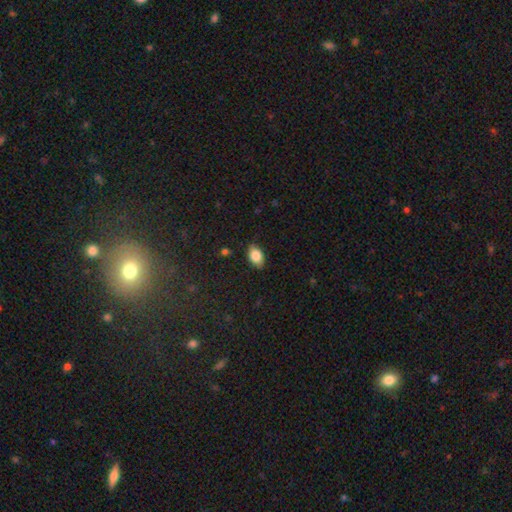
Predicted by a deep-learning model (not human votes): Smooth or featured: smooth — 84% (featured or disk — 9%)
How rounded: in between — 88% (round — 10%)
Merging: none — 83% (minor disturbance — 14%)